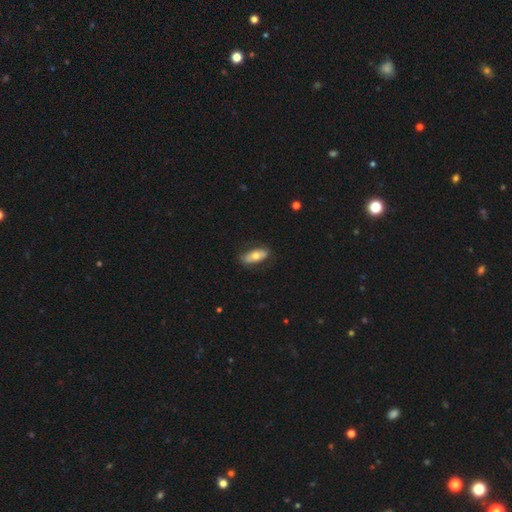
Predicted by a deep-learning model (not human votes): Overall: smooth (62%; featured or disk 33%). How rounded: in between (83%). Merging: none (80%).